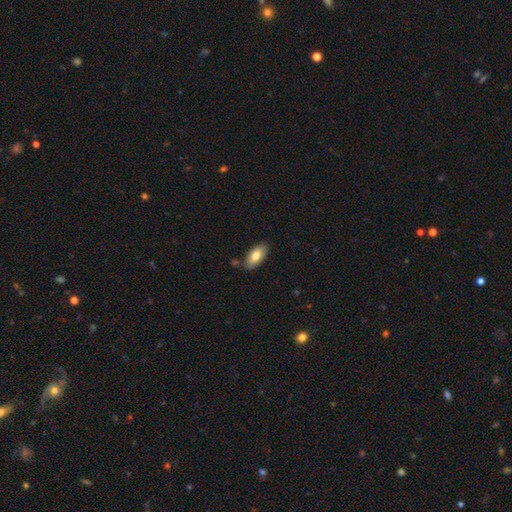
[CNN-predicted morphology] Overall: smooth (79%). How rounded: in between (90%). Merging: none (81%).